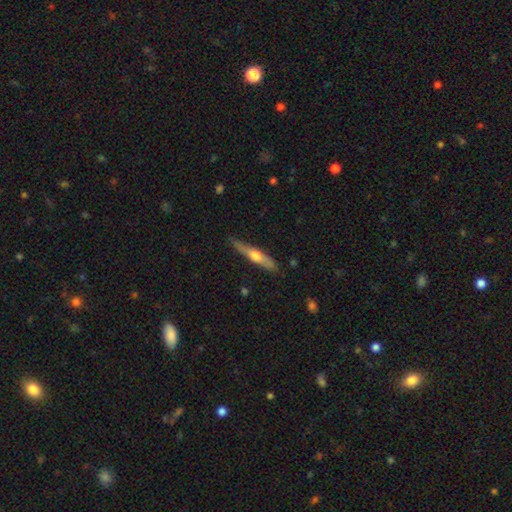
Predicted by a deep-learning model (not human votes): Smooth or featured?
  - featured or disk: 53% *
  - smooth: 42%
  - star or artifact: 6%
Edge-on disk?
  - yes: 93% *
  - no: 7%
Merging?
  - none: 79% *
  - minor disturbance: 16%
  - major disturbance: 3%
  - merger: 2%